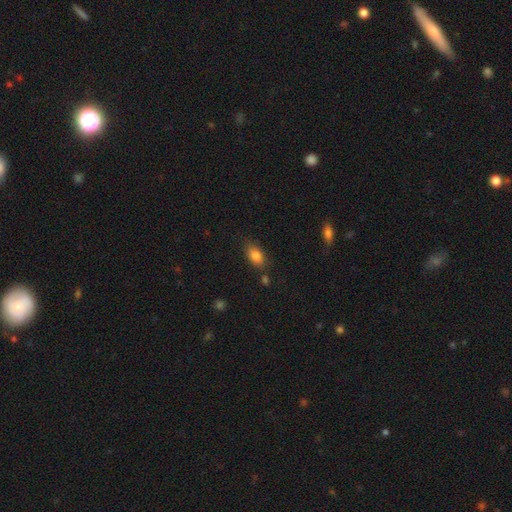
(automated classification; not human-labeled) Smooth or featured? smooth (84%)
How rounded? in between (88%)
Merging? none (77%)